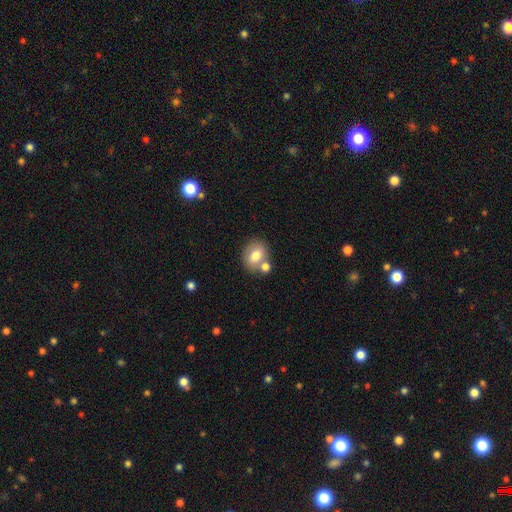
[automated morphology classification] type=smooth (75%); roundness=in between (50%); merging=none (62%).